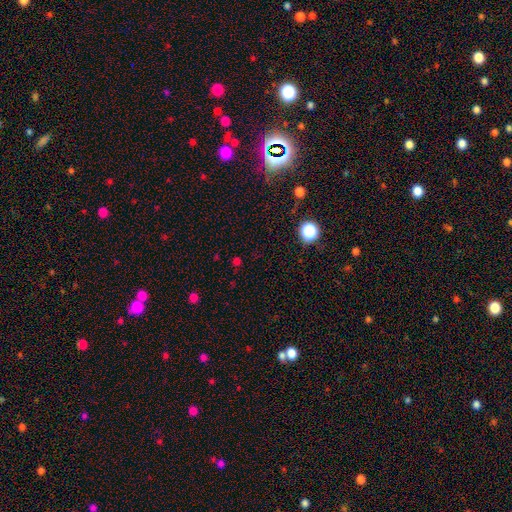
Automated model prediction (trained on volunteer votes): Overall: star or artifact (54%; smooth 40%).